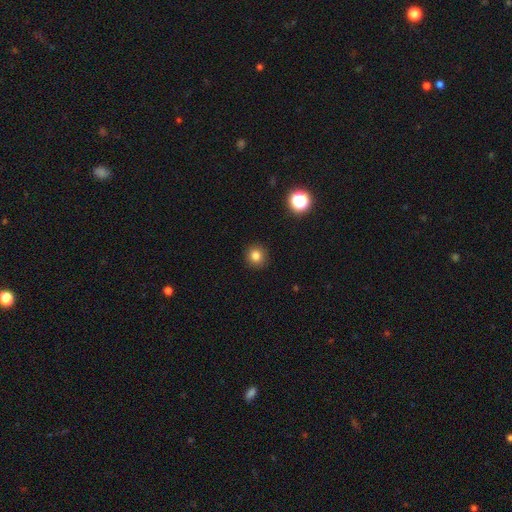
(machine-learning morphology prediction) This appears to be a smooth galaxy with no disk features (81%) that is round (90%). Merging: none (91%).